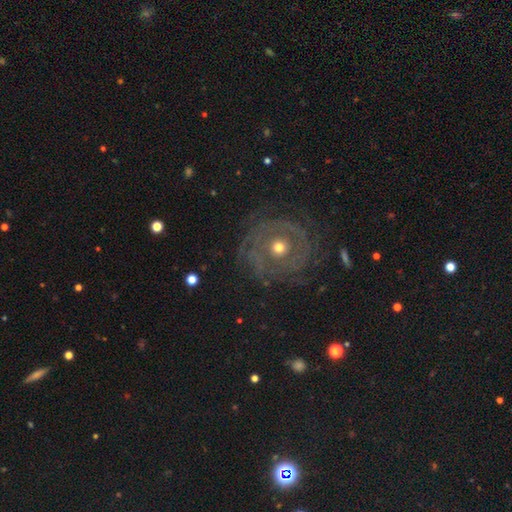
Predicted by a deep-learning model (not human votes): Smooth or featured? Predicted: featured or disk (p=0.69). Edge-on disk? Predicted: no (p=0.96). Bar? Predicted: no (p=0.75). Spiral arms? Predicted: yes (p=0.73). Bulge size? Predicted: moderate (p=0.62). Merging? Predicted: none (p=0.80).